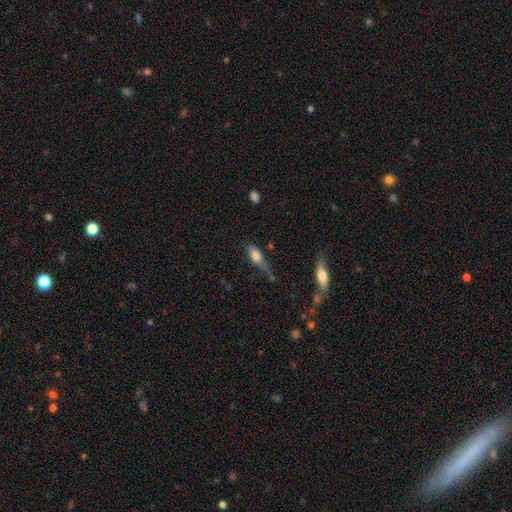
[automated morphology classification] smooth-or-featured: smooth: 74% | featured or disk: 17% | star or artifact: 8%
  how-rounded: in between: 68% | cigar-shaped: 28% | round: 4%
  merging: none: 36% | minor disturbance: 35% | major disturbance: 20% | merger: 9%